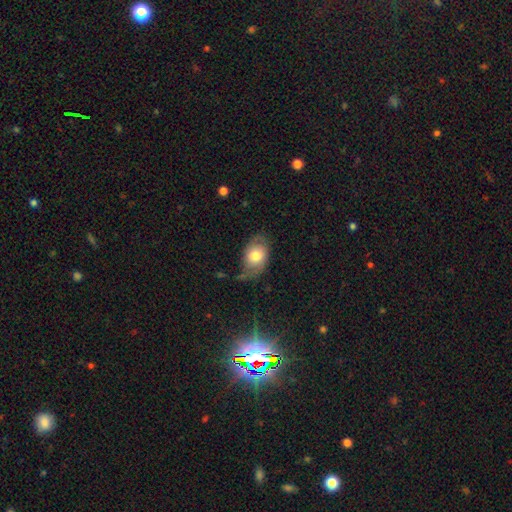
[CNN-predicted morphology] smooth-or-featured: smooth: 63% | featured or disk: 29% | star or artifact: 8%
  how-rounded: in between: 77% | round: 22% | cigar-shaped: 1%
  merging: none: 48% | minor disturbance: 32% | major disturbance: 17% | merger: 3%